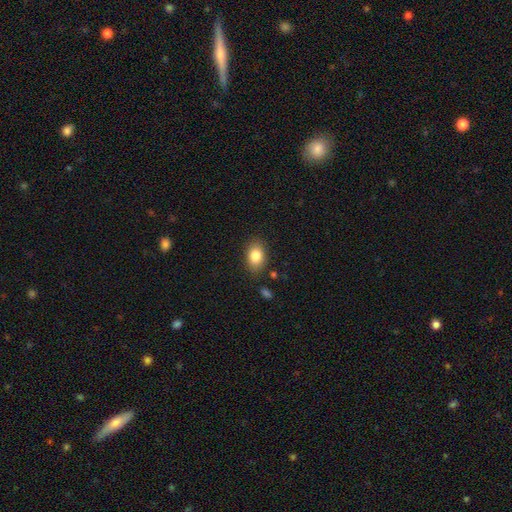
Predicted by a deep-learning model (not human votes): Smooth or featured?
  - smooth: 84% *
  - featured or disk: 8%
  - star or artifact: 8%
How rounded?
  - in between: 82% *
  - round: 17%
  - cigar-shaped: 1%
Merging?
  - none: 82% *
  - minor disturbance: 12%
  - major disturbance: 3%
  - merger: 2%